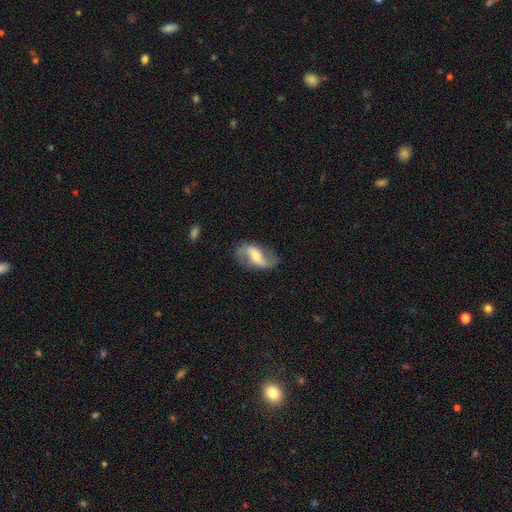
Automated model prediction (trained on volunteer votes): featured or disk 80%, smooth 14%, star or artifact 6%. Down the decision tree: edge-on disk — no (95%); bar — weak (40%); spiral arms — yes (92%); spiral arm count — 2 (91%); spiral winding — loose (72%); bulge size — moderate (50%); merging — none (77%).